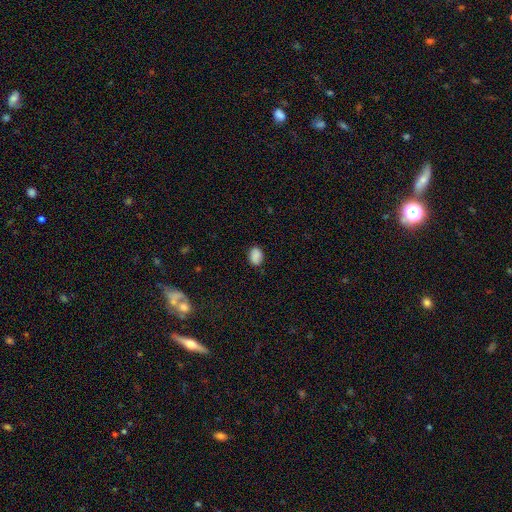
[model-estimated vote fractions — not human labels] Smooth or featured?
  - smooth: 86% *
  - star or artifact: 9%
  - featured or disk: 5%
How rounded?
  - in between: 67% *
  - round: 32%
  - cigar-shaped: 1%
Merging?
  - none: 80% *
  - minor disturbance: 15%
  - major disturbance: 3%
  - merger: 1%